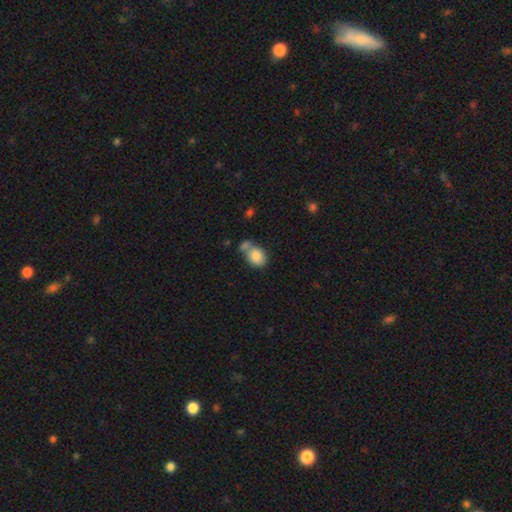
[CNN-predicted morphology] A smooth galaxy with no disk features (84%) that is in between round and cigar-shaped (65%). Merging: none (42%).